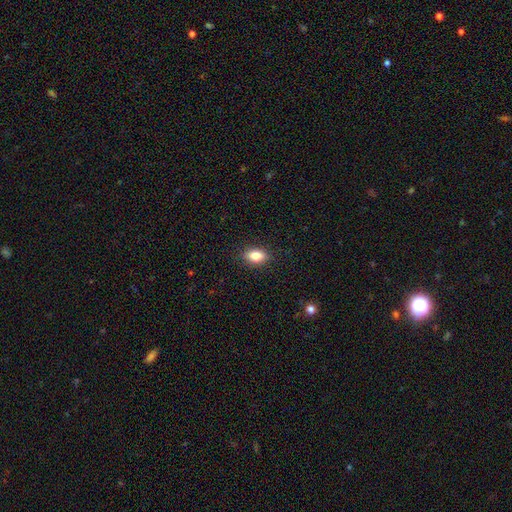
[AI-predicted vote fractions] A smooth galaxy with no disk features (84%) that is in between round and cigar-shaped (86%).

Vote fractions:
- Smooth or featured? smooth: 84% / star or artifact: 8% / featured or disk: 8%
- How rounded? in between: 86% / round: 10% / cigar-shaped: 4%
- Merging? none: 88% / minor disturbance: 9% / major disturbance: 2% / merger: 1%